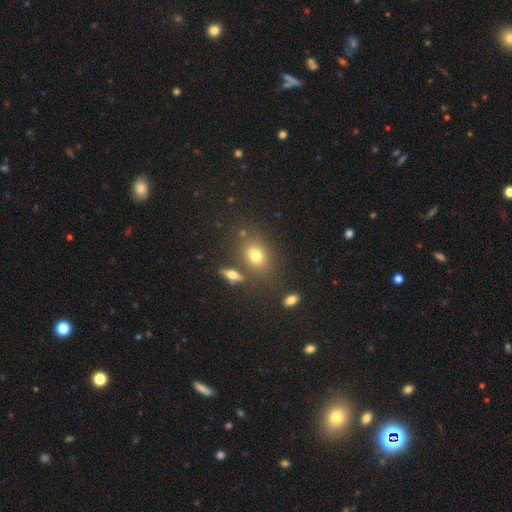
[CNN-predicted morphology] This is likely a smooth galaxy (72%). How rounded: possibly in between (60%). Merging: likely none (69%).